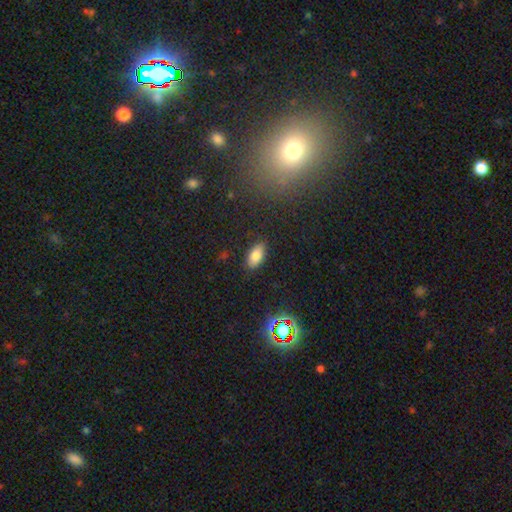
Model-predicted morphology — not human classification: Smooth or featured? Predicted: smooth (p=0.79). How rounded? Predicted: in between (p=0.89). Merging? Predicted: none (p=0.86).